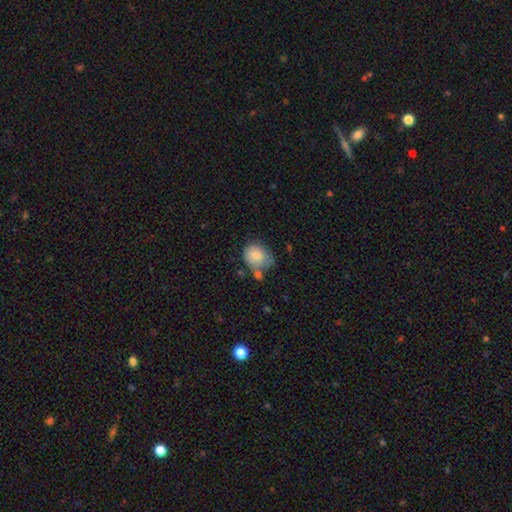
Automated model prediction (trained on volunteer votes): The model was most divided on "merging": none: 46%, minor disturbance: 29%, merger: 15%, major disturbance: 10%. More confident: smooth or featured — smooth (82%); how rounded — round (60%).